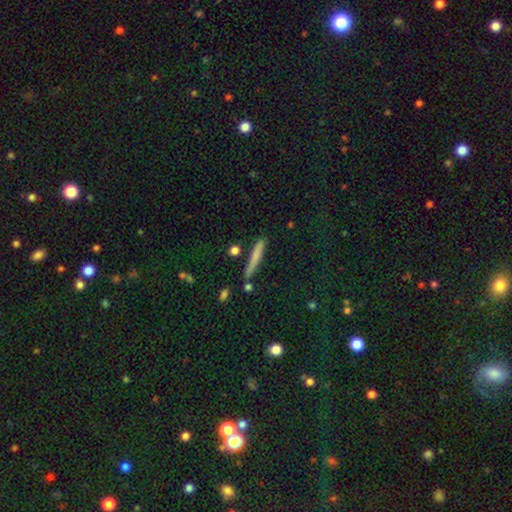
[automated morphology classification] Smooth or featured?
  - smooth: 68% *
  - featured or disk: 25%
  - star or artifact: 8%
How rounded?
  - cigar-shaped: 94% *
  - in between: 4%
  - round: 2%
Merging?
  - none: 79% *
  - minor disturbance: 13%
  - merger: 5%
  - major disturbance: 3%